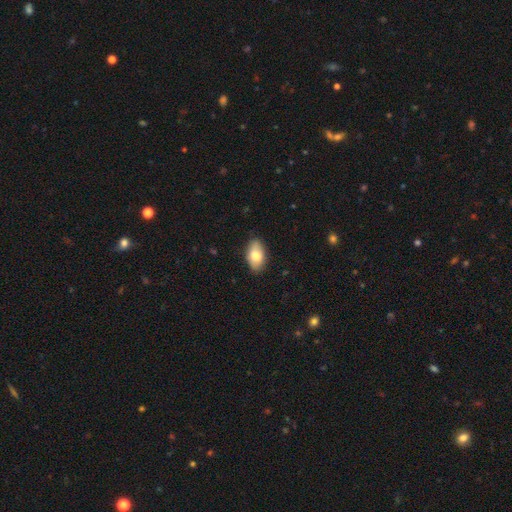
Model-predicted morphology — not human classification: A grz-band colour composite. It shows a smooth galaxy with no disk features (78%) that is in between round and cigar-shaped (93%). Merging: none (84%).